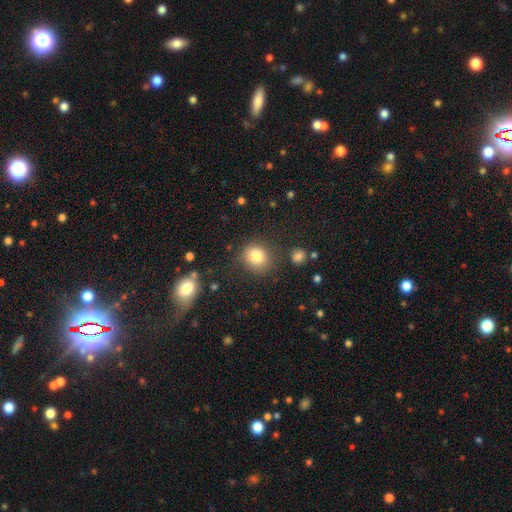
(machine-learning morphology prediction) The model was most divided on "how rounded": round: 81%, in between: 18%, cigar-shaped: 1%. More confident: smooth or featured — smooth (81%); merging — none (79%).